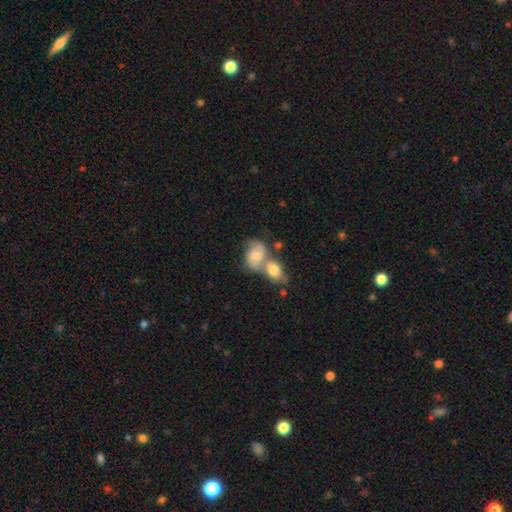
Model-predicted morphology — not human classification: smooth-or-featured: featured or disk: 51% | smooth: 41% | star or artifact: 8%
  disk-edge-on: no: 97% | yes: 3%
  merging: merger: 65% | none: 20% | minor disturbance: 9% | major disturbance: 6%